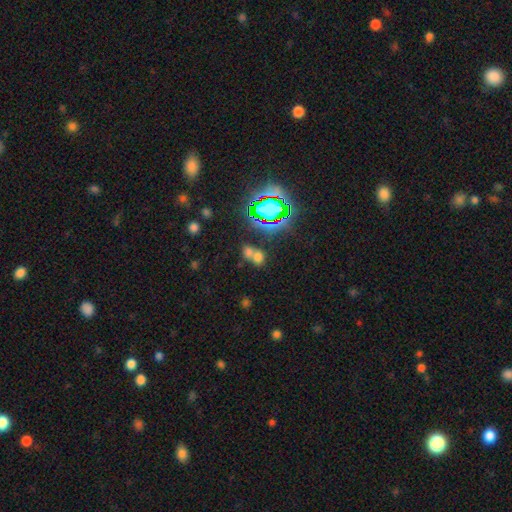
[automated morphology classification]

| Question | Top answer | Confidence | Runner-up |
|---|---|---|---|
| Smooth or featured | smooth | 58% | star or artifact (29%) |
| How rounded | round | 57% | in between (41%) |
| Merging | merger | 54% | none (36%) |